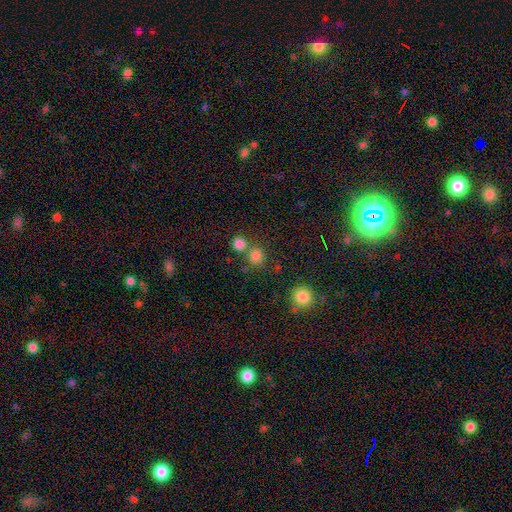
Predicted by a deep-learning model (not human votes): Smooth or featured: smooth — 81% (star or artifact — 14%)
How rounded: round — 89% (in between — 10%)
Merging: none — 65% (merger — 25%)